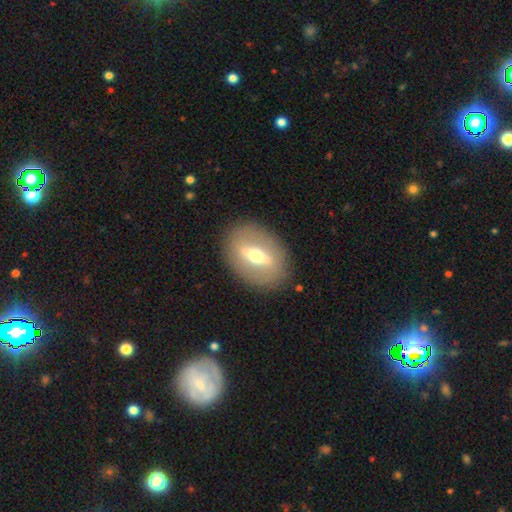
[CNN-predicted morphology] This appears to be a featured or disk galaxy (59%). Merging: none (87%).